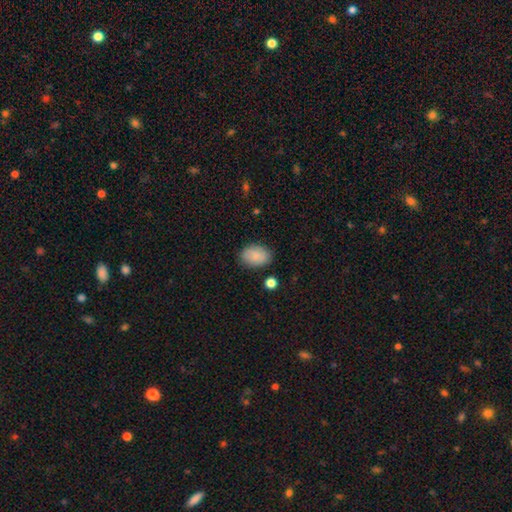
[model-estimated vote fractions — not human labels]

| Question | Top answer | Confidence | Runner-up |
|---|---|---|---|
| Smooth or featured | smooth | 88% | star or artifact (7%) |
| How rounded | in between | 82% | round (17%) |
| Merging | none | 84% | minor disturbance (11%) |